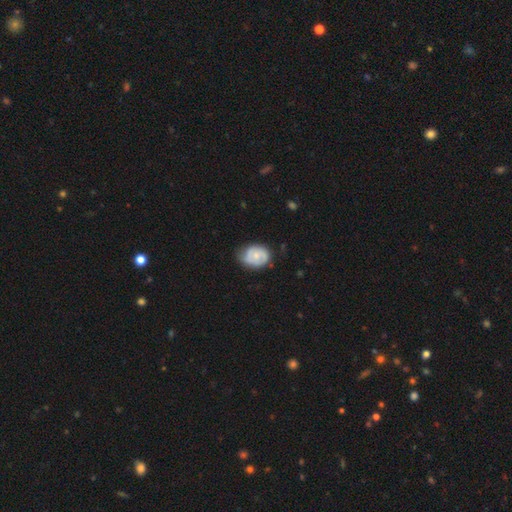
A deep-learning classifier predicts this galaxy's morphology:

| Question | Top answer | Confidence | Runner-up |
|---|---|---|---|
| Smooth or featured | smooth | 48% | featured or disk (46%) |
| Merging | none | 59% | minor disturbance (31%) |